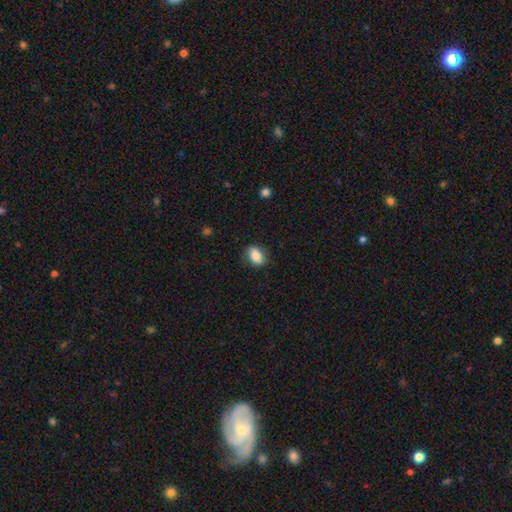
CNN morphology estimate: A smooth galaxy with no disk features (83%) that is in between round and cigar-shaped (80%). Merging: none (81%).